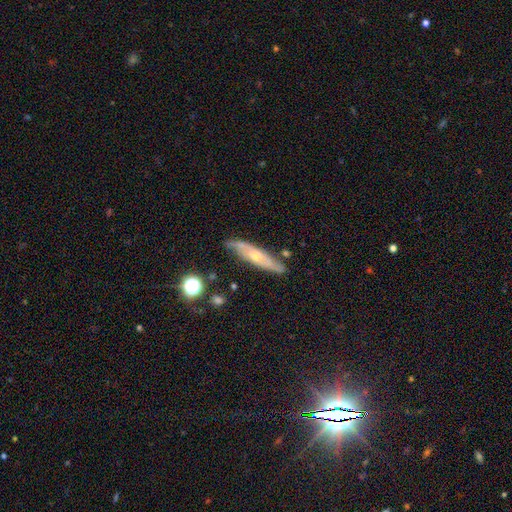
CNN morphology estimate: This appears to be a featured or disk galaxy (64%) viewed edge-on (52%). Merging: none (77%).